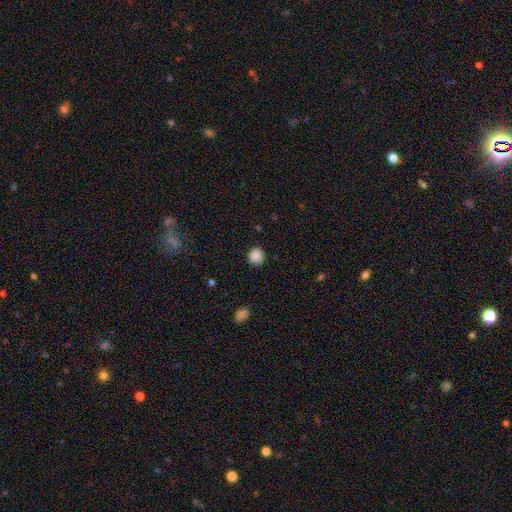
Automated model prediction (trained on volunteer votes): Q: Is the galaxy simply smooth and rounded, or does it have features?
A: smooth — 87%.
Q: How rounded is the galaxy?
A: round — 87%.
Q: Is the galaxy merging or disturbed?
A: none — 86%.